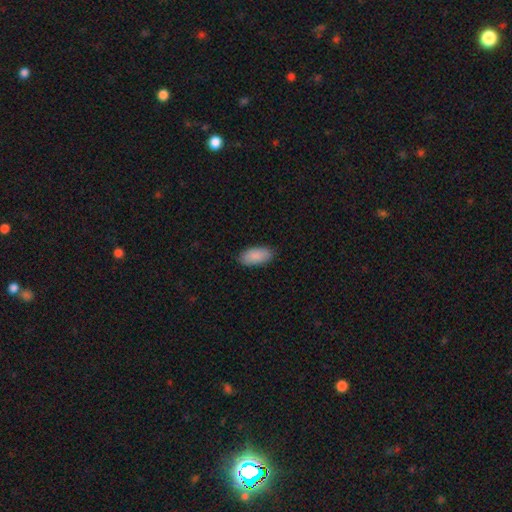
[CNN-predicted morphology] Smooth or featured? Predicted: smooth (p=0.89). How rounded? Predicted: in between (p=0.93). Merging? Predicted: none (p=0.88).